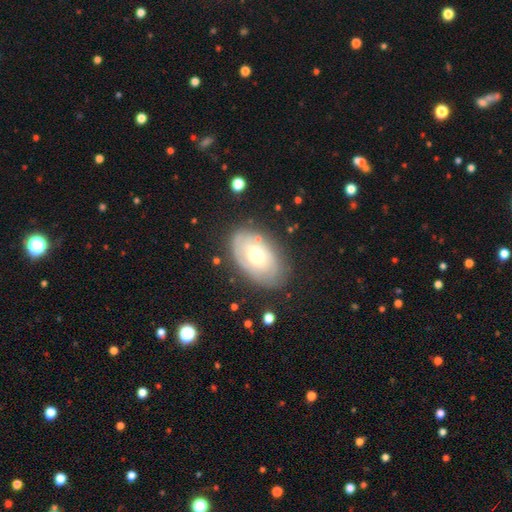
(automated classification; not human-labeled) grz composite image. It shows a featured or disk galaxy (50%). Merging: none (75%).